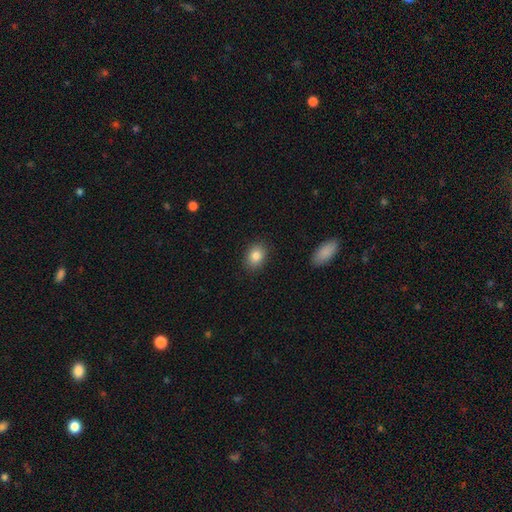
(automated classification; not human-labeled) Q: Smooth or featured?
A: smooth (85%); runner-up: star or artifact (8%)
Q: How rounded?
A: in between (67%); runner-up: round (32%)
Q: Merging?
A: none (87%); runner-up: minor disturbance (9%)